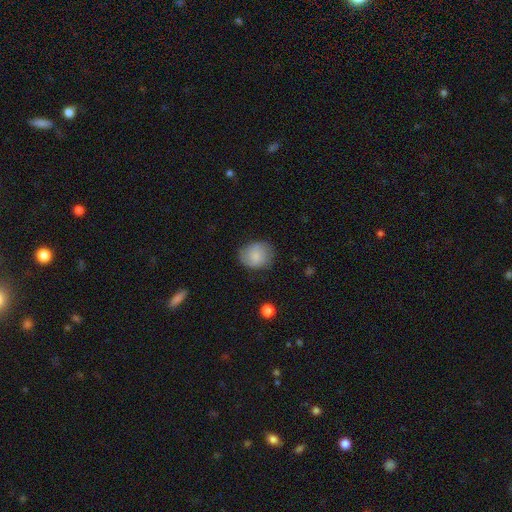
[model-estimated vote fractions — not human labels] smooth 76%, featured or disk 17%, star or artifact 8%. Down the decision tree: how rounded — round (62%); merging — none (73%).